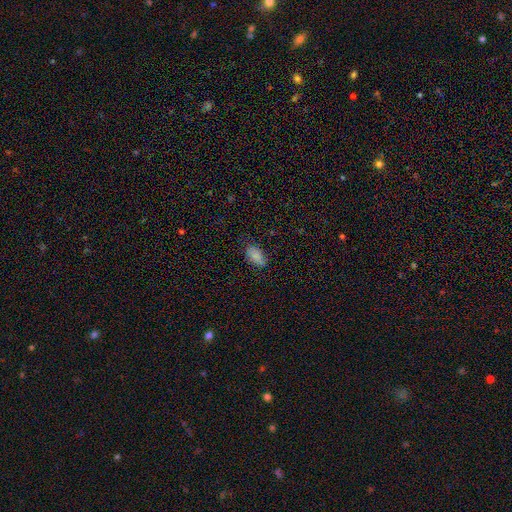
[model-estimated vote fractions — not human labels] Smooth or featured? smooth (84%)
How rounded? in between (93%)
Merging? none (76%)